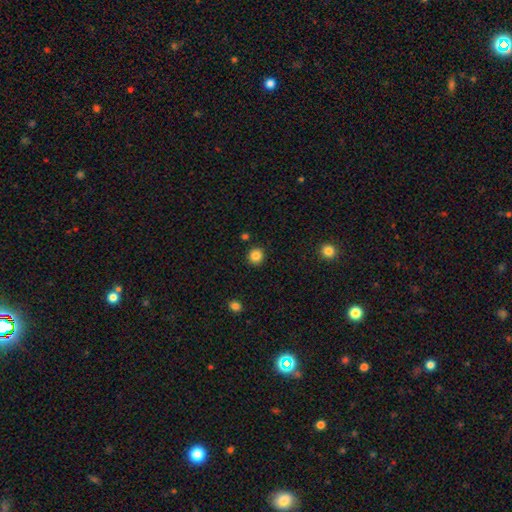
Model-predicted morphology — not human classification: type=smooth (85%); roundness=round (91%); merging=none (91%).